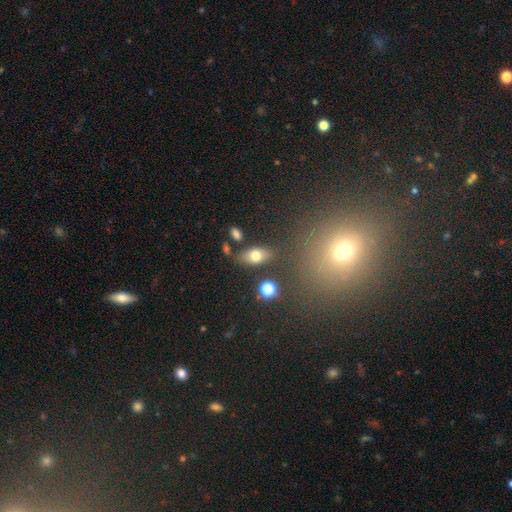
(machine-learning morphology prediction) Smooth or featured? Predicted: smooth (p=0.74). How rounded? Predicted: in between (p=0.86). Merging? Predicted: none (p=0.78).